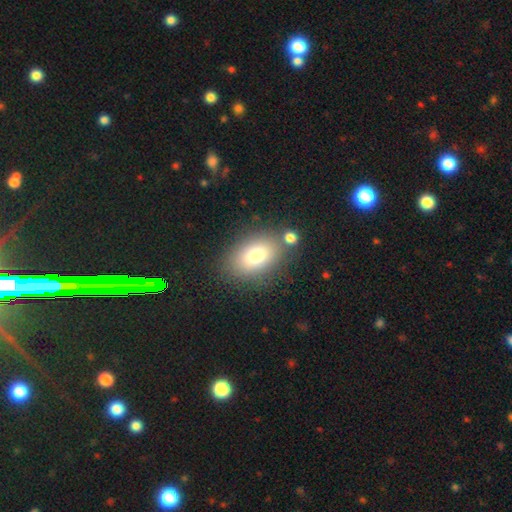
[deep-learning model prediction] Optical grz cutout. It shows a smooth galaxy with no disk features (77%) that is in between round and cigar-shaped (82%). Merging: none (73%).